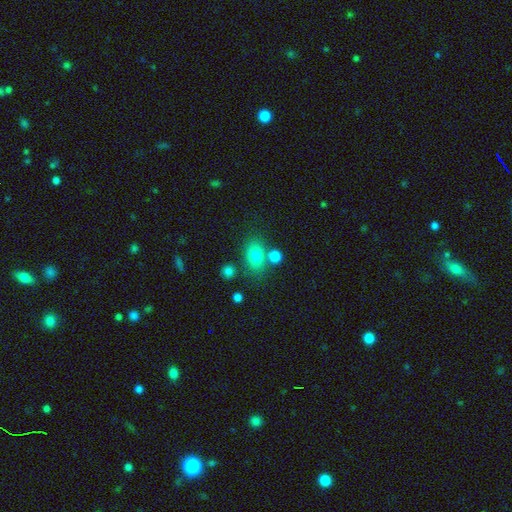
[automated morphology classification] The model was most divided on "how rounded": in between: 69%, round: 29%, cigar-shaped: 2%. More confident: smooth or featured — smooth (78%); merging — none (66%).